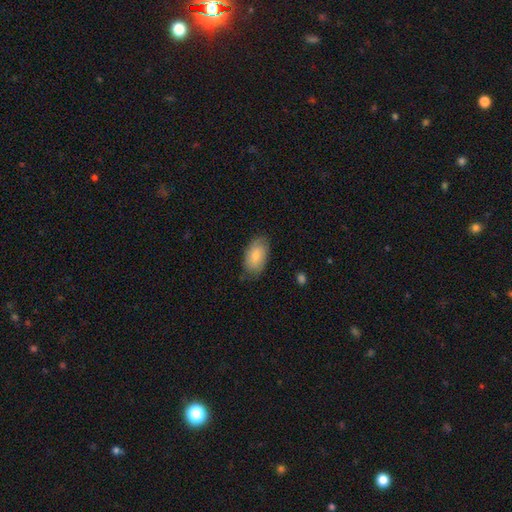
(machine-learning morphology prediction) Smooth or featured? smooth (77%)
How rounded? in between (94%)
Merging? none (75%)